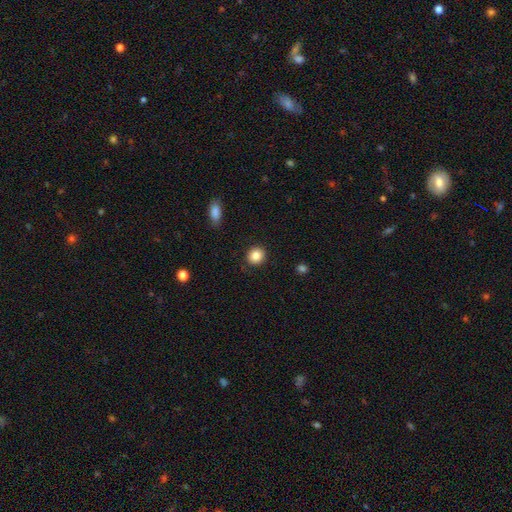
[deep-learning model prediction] Morphology: type=smooth (85%); roundness=round (84%); merging=none (90%).